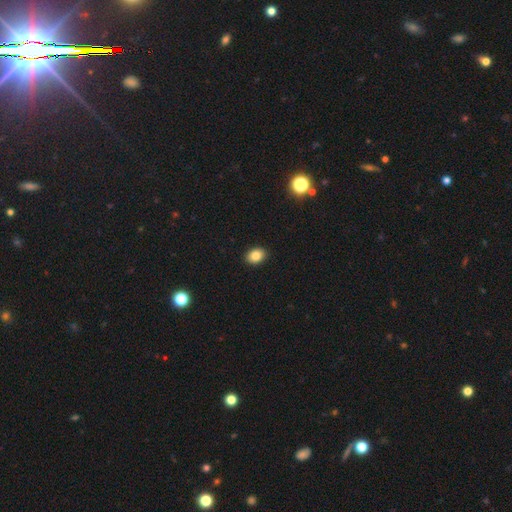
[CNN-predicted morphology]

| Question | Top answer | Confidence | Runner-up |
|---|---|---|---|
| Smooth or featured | smooth | 85% | star or artifact (9%) |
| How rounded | in between | 72% | round (27%) |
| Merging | none | 91% | minor disturbance (7%) |